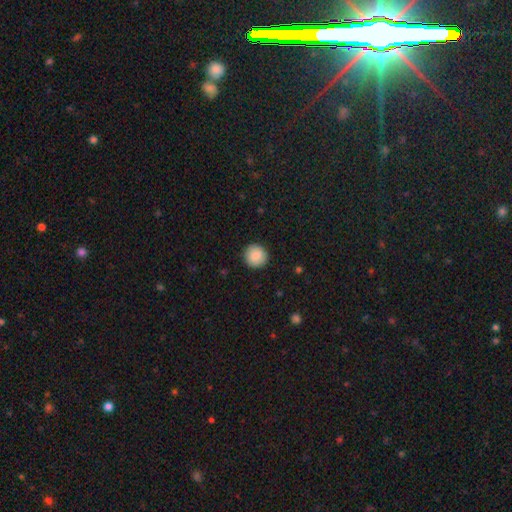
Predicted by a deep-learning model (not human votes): Overall: smooth (89%). How rounded: round (95%). Merging: none (91%).